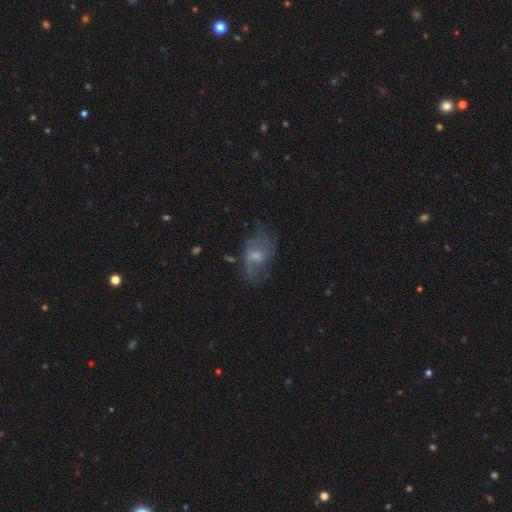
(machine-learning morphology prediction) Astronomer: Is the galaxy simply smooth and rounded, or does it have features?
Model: featured or disk — 54% (runner-up: smooth, 35%).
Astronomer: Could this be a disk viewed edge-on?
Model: no — 95%.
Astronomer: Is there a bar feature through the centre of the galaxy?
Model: no — 56% (runner-up: weak, 39%).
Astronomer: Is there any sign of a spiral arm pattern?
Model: yes — 61% (runner-up: no, 39%).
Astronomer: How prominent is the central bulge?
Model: small — 43% (runner-up: moderate, 37%).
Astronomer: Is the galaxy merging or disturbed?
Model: none — 49% (runner-up: minor disturbance, 25%).